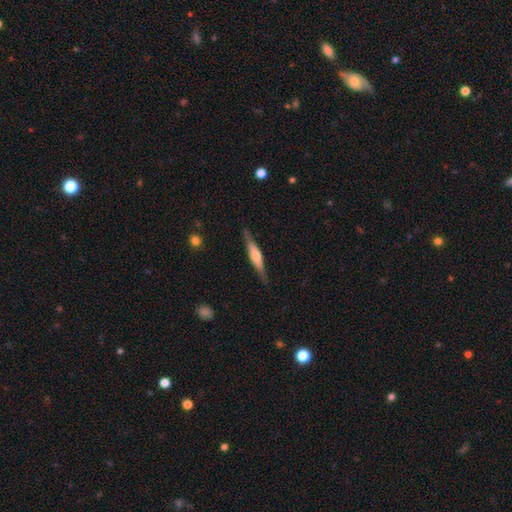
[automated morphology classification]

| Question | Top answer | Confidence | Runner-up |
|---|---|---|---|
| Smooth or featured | featured or disk | 61% | smooth (33%) |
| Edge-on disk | yes | 96% | no (4%) |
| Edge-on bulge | rounded | 66% | boxy (26%) |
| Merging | none | 86% | minor disturbance (11%) |